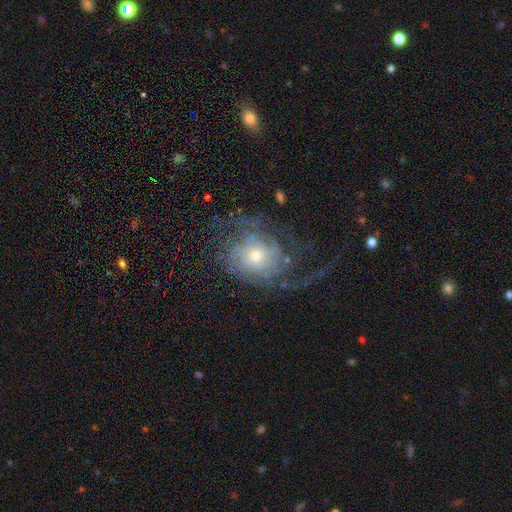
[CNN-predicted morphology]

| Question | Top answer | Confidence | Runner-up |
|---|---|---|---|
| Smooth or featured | featured or disk | 77% | smooth (15%) |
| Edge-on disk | no | 96% | yes (4%) |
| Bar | no | 80% | weak (16%) |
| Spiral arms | yes | 86% | no (14%) |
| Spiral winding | tight | 45% | medium (32%) |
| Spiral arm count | can't tell | 41% | 2 (22%) |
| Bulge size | small | 53% | moderate (39%) |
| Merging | none | 54% | major disturbance (29%) |